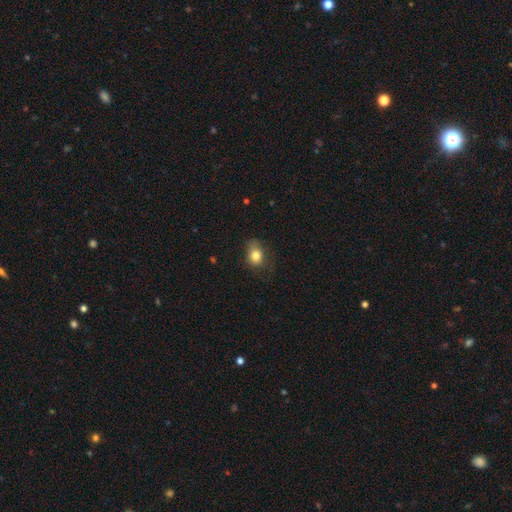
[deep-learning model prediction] A smooth galaxy with no disk features (80%) that is in between round and cigar-shaped (53%).

Vote fractions:
- Smooth or featured? smooth: 80% / star or artifact: 10% / featured or disk: 10%
- How rounded? in between: 53% / round: 46% / cigar-shaped: 1%
- Merging? none: 58% / minor disturbance: 29% / major disturbance: 12% / merger: 1%